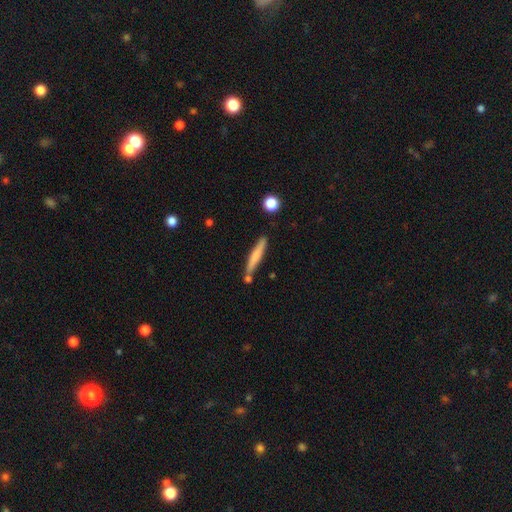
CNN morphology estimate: Smooth or featured: smooth — 63% (featured or disk — 31%)
How rounded: cigar-shaped — 93% (in between — 5%)
Merging: none — 77% (minor disturbance — 12%)